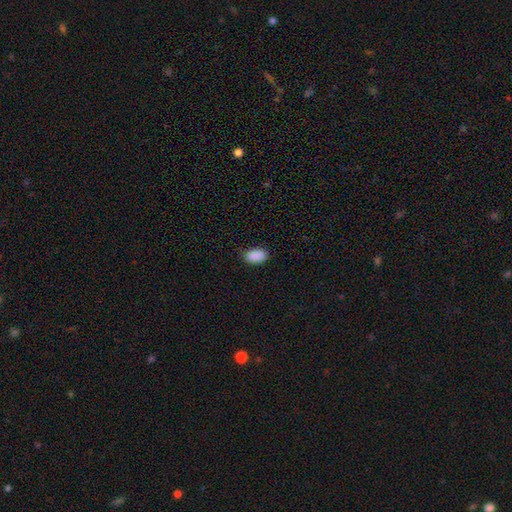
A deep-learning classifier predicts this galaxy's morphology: Q: Smooth or featured?
A: smooth (90%); runner-up: star or artifact (8%)
Q: How rounded?
A: in between (92%); runner-up: round (6%)
Q: Merging?
A: none (84%); runner-up: minor disturbance (13%)